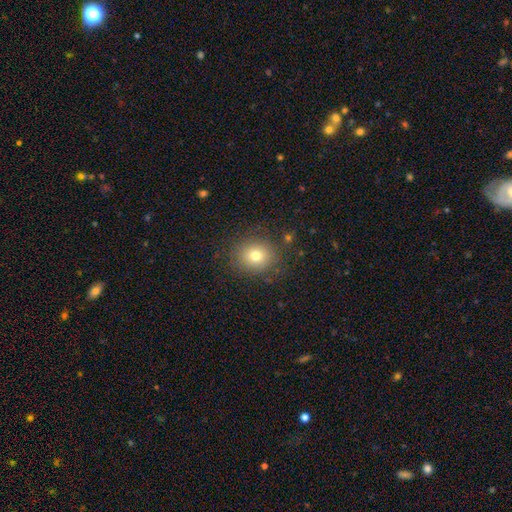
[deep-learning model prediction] Smooth or featured? smooth (76%)
How rounded? round (80%)
Merging? none (85%)